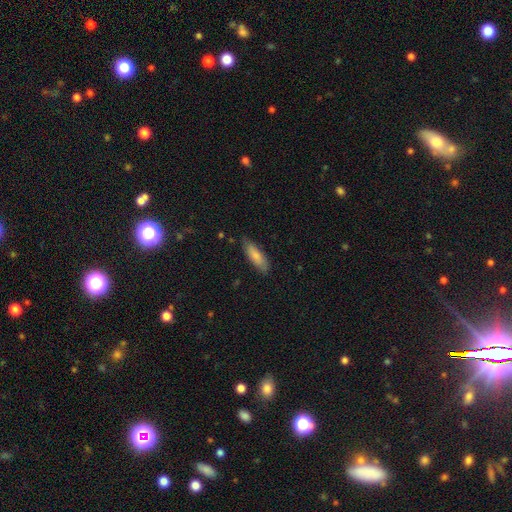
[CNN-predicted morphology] smooth_or_featured: smooth (p=0.82) [alt: featured or disk p=0.12]
how_rounded: in between (p=0.50) [alt: cigar-shaped p=0.49]
merging: none (p=0.81) [alt: minor disturbance p=0.15]